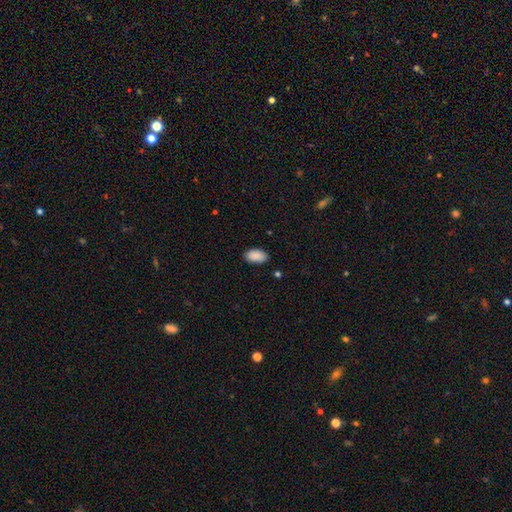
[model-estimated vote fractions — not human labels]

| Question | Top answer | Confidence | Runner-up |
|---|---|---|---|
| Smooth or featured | smooth | 90% | star or artifact (6%) |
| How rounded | in between | 95% | round (4%) |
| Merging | none | 87% | minor disturbance (10%) |